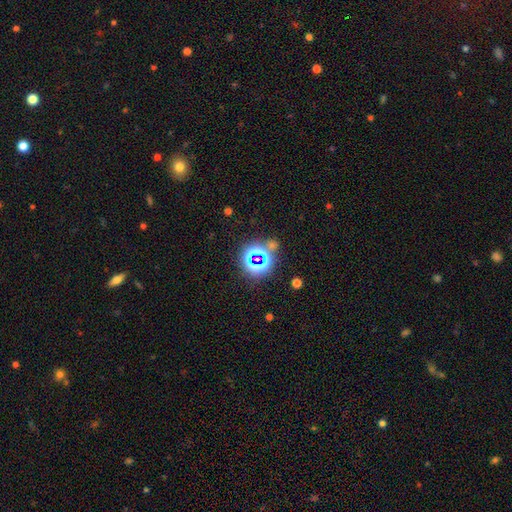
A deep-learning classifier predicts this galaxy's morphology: Smooth or featured? Predicted: star or artifact (p=0.74).